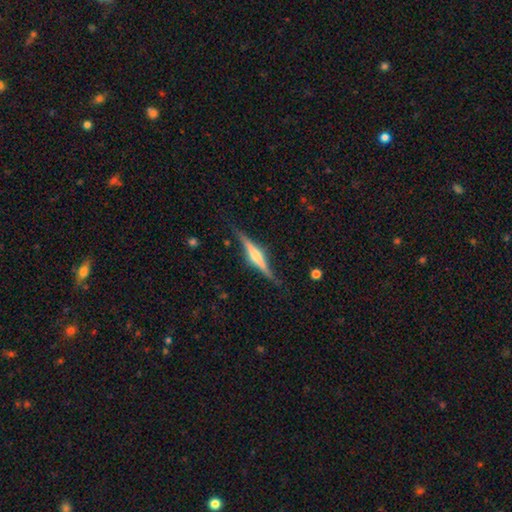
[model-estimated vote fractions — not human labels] Smooth or featured: featured or disk — 73% (smooth — 21%)
Edge-on disk: yes — 97% (no — 3%)
Edge-on bulge: rounded — 70% (boxy — 21%)
Merging: none — 82% (minor disturbance — 13%)